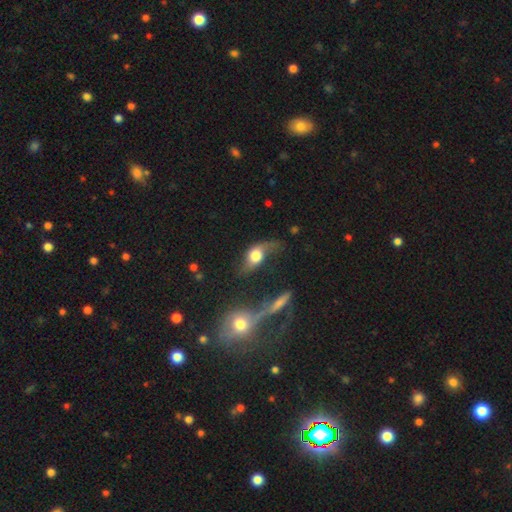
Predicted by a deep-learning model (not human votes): Smooth or featured?
  - featured or disk: 48% *
  - smooth: 42%
  - star or artifact: 9%
Merging?
  - none: 39% *
  - major disturbance: 28%
  - minor disturbance: 25%
  - merger: 8%